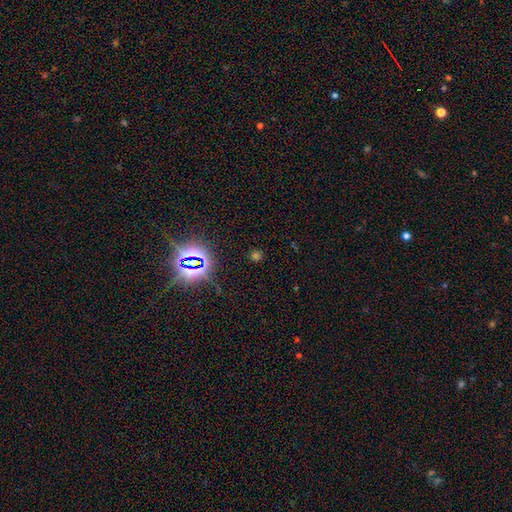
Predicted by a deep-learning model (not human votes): Smooth or featured? star or artifact (60%)